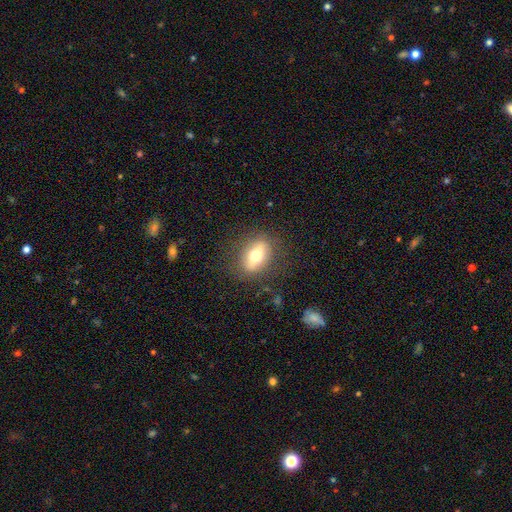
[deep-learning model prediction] This is possibly a smooth galaxy (54%). How rounded: likely in between (71%). Merging: clearly none (83%).